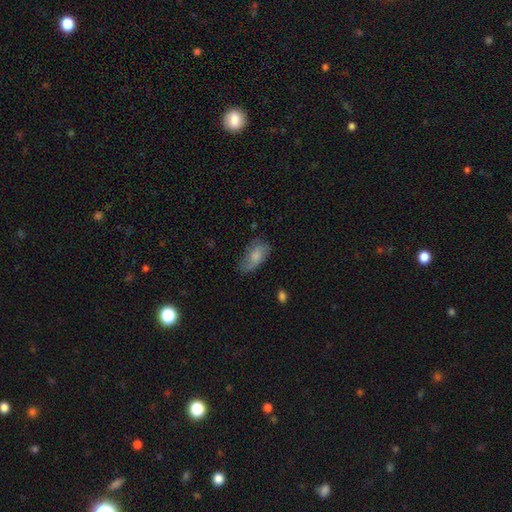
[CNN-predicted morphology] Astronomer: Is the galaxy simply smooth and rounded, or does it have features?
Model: smooth — 70%.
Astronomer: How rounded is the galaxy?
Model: in between — 92%.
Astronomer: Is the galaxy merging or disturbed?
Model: none — 56% (runner-up: minor disturbance, 31%).